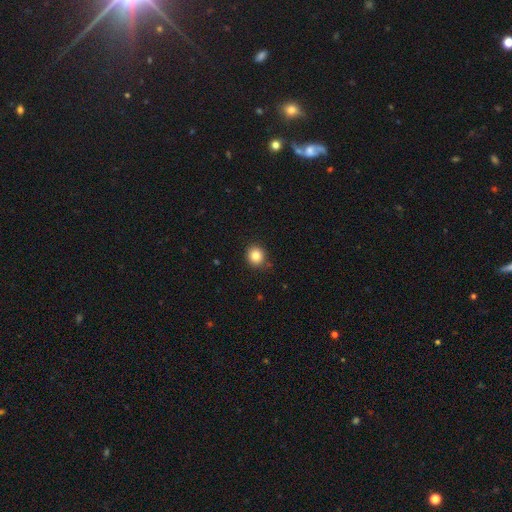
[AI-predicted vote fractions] Smooth or featured? smooth (83%)
How rounded? round (87%)
Merging? none (87%)